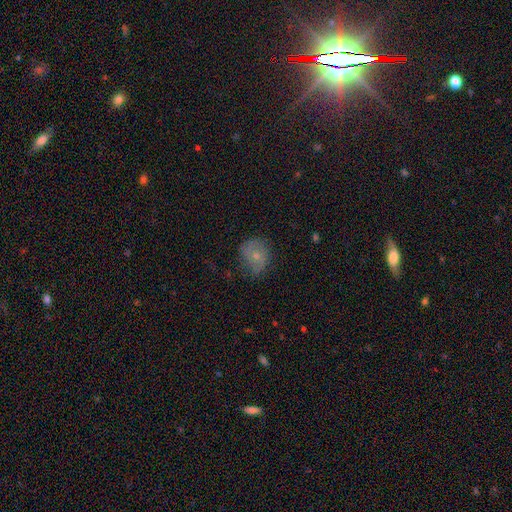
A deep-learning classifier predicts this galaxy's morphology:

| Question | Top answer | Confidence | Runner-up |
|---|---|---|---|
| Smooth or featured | featured or disk | 46% | smooth (44%) |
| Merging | none | 66% | minor disturbance (24%) |